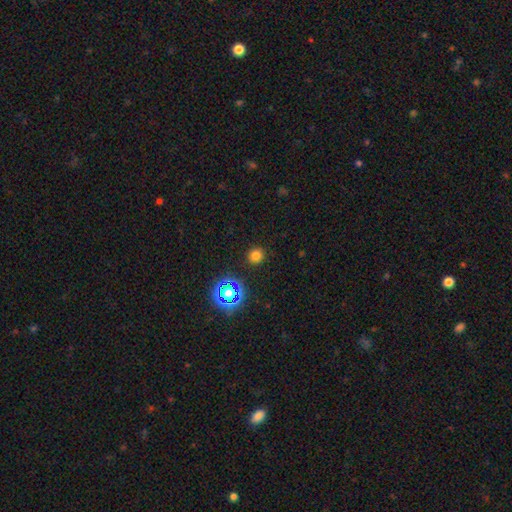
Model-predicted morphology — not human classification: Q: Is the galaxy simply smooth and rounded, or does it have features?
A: smooth — 74%.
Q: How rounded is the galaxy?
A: round — 90%.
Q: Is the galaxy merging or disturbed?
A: none — 90%.